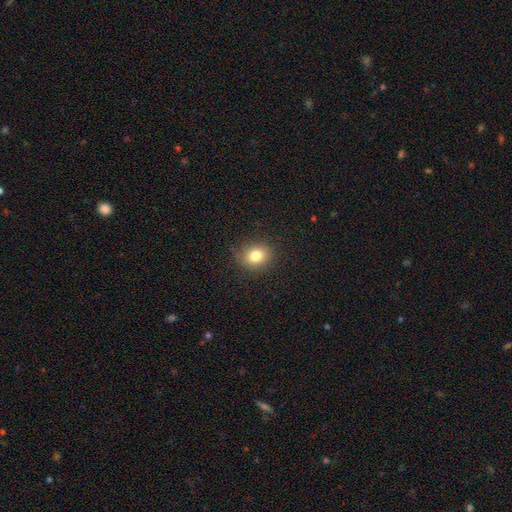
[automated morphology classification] A smooth galaxy with no disk features (80%) that is round (63%). Merging: none (88%).